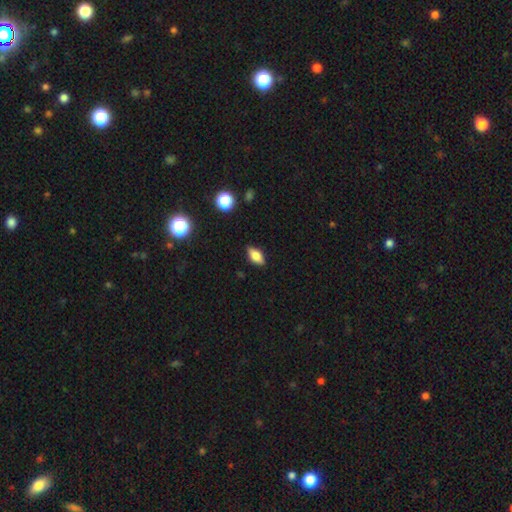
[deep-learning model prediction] A smooth galaxy with no disk features (68%) that is in between round and cigar-shaped (83%). Merging: none (85%).